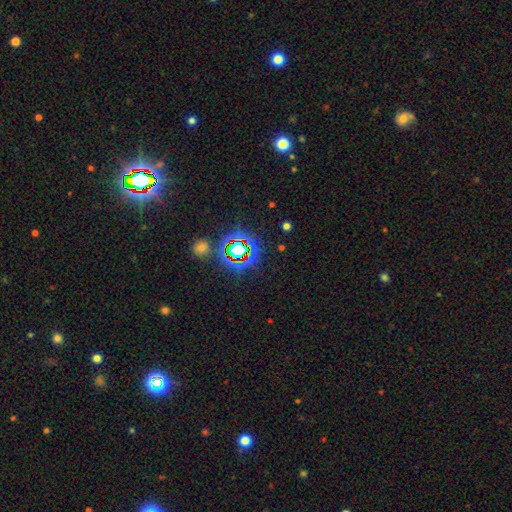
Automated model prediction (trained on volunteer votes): Smooth or featured? star or artifact (71%)